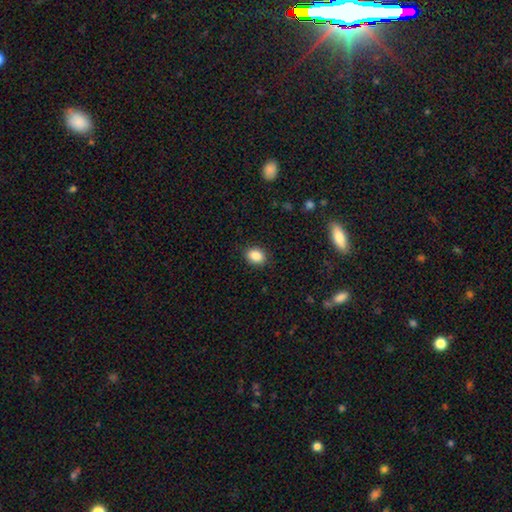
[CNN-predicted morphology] Smooth or featured: smooth — 87% (star or artifact — 9%)
How rounded: in between — 66% (round — 33%)
Merging: none — 88% (minor disturbance — 9%)